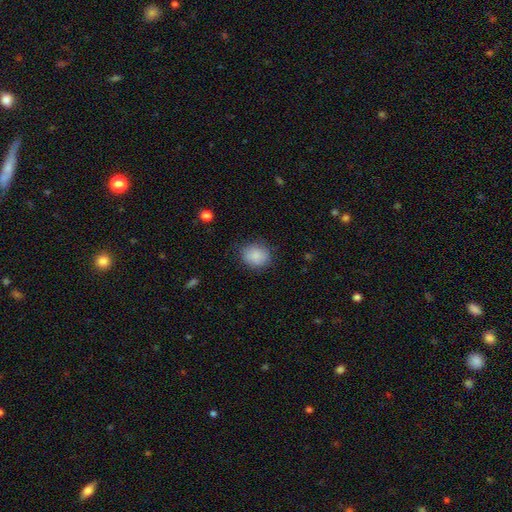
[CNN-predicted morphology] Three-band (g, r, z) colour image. It shows a smooth galaxy with no disk features (87%) that is round (70%). Merging: none (81%).